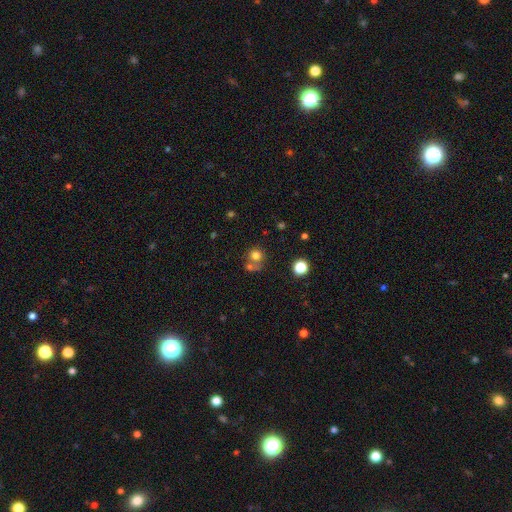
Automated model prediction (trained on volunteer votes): Smooth or featured: smooth — 73% (star or artifact — 15%)
How rounded: round — 86% (in between — 13%)
Merging: none — 49% (merger — 35%)